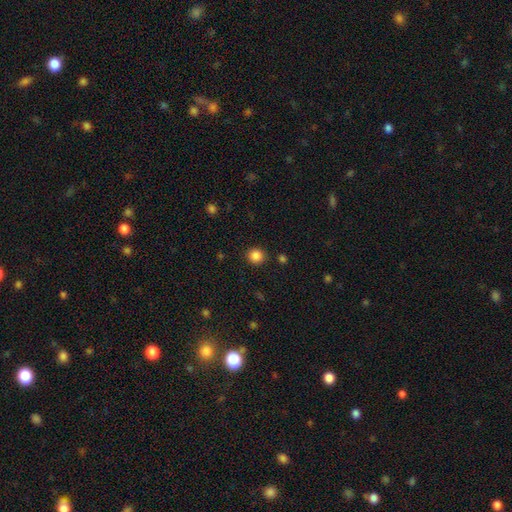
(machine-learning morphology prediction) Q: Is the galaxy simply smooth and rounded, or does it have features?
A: smooth — 85%.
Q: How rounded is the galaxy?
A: round — 89%.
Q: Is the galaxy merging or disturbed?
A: none — 89%.